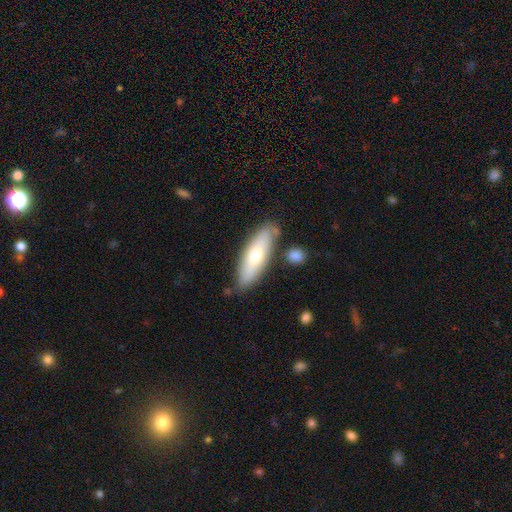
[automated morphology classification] Smooth or featured? smooth (60%)
How rounded? in between (52%)
Merging? none (78%)